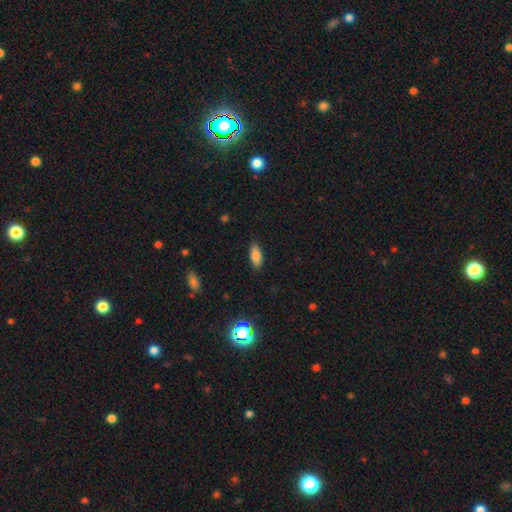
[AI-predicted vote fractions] Smooth or featured? Predicted: smooth (p=0.83). How rounded? Predicted: in between (p=0.82). Merging? Predicted: none (p=0.87).